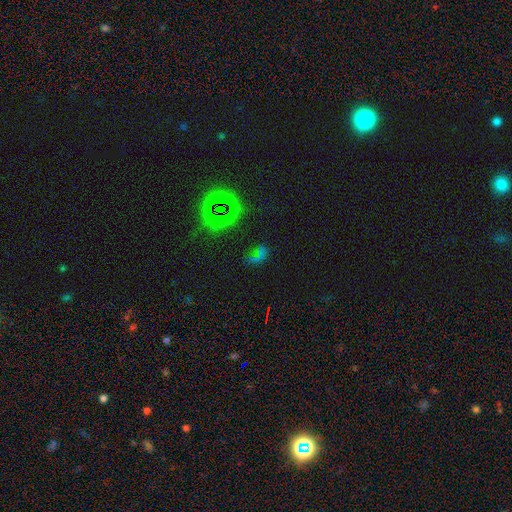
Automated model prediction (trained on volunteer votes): star or artifact 56%, smooth 25%, featured or disk 19%.